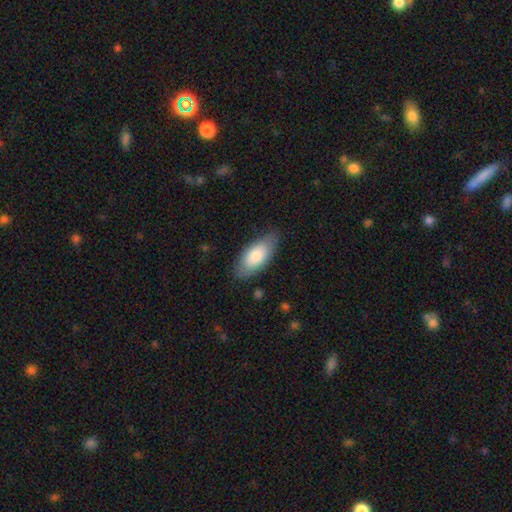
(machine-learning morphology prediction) A smooth galaxy with no disk features (79%) that is in between round and cigar-shaped (89%). Merging: none (78%).